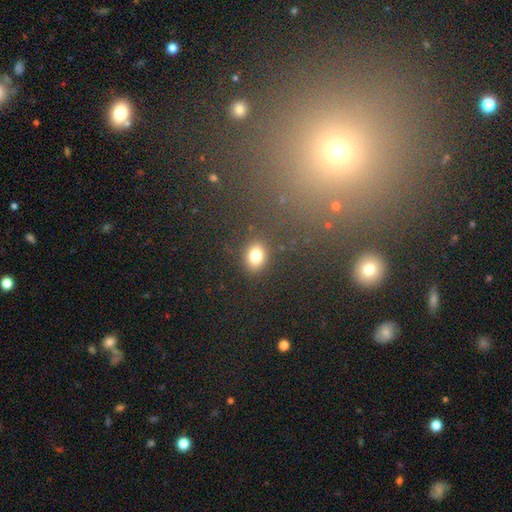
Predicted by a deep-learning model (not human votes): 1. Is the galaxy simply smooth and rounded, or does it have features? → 78% smooth, 14% star or artifact, 8% featured or disk.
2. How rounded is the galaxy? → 53% in between, 46% round, 1% cigar-shaped.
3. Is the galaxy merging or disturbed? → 82% none, 11% minor disturbance, 4% major disturbance, 3% merger.